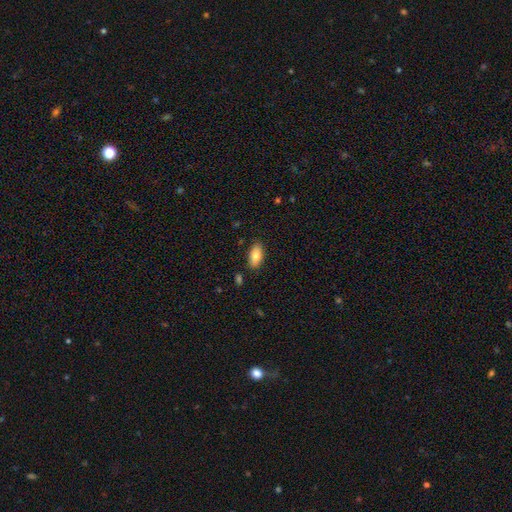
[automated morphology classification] smooth_or_featured: smooth (p=0.82) [alt: featured or disk p=0.11]
how_rounded: in between (p=0.91) [alt: cigar-shaped p=0.06]
merging: none (p=0.85) [alt: minor disturbance p=0.11]